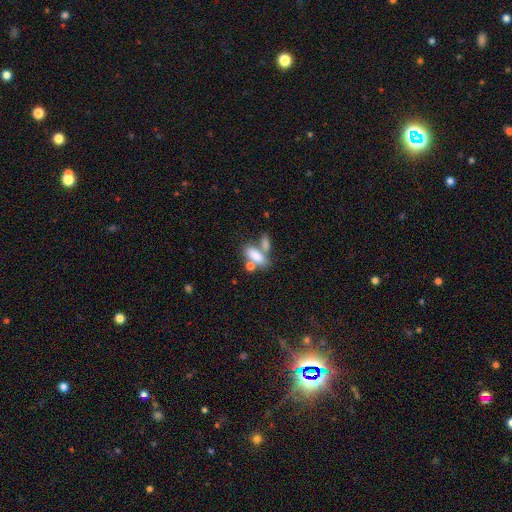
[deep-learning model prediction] A smooth galaxy with no disk features (78%) that is in between round and cigar-shaped (81%).

Vote fractions:
- Smooth or featured? smooth: 78% / featured or disk: 14% / star or artifact: 8%
- How rounded? in between: 81% / cigar-shaped: 15% / round: 4%
- Merging? merger: 49% / none: 33% / minor disturbance: 11% / major disturbance: 7%